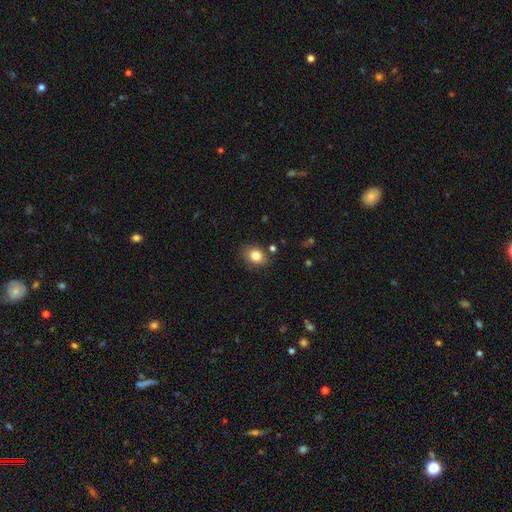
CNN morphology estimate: Q: Smooth or featured?
A: smooth (82%); runner-up: star or artifact (10%)
Q: How rounded?
A: in between (62%); runner-up: round (37%)
Q: Merging?
A: none (81%); runner-up: minor disturbance (12%)